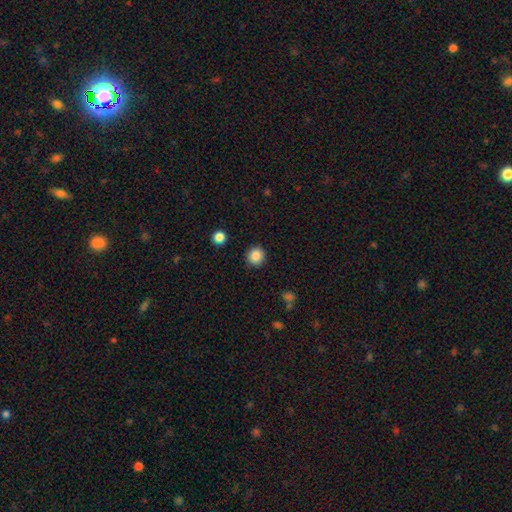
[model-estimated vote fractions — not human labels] Smooth or featured? Predicted: smooth (p=0.87). How rounded? Predicted: round (p=0.91). Merging? Predicted: none (p=0.91).